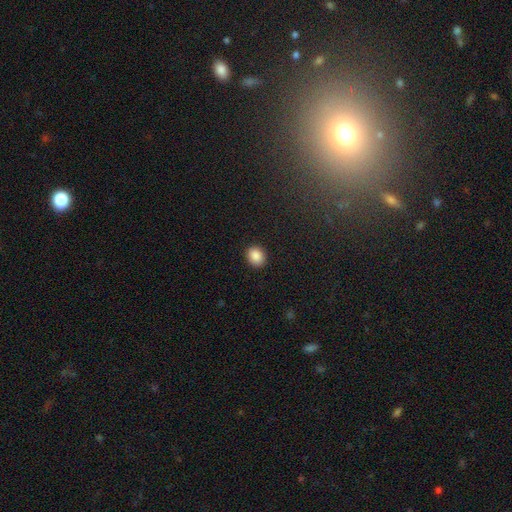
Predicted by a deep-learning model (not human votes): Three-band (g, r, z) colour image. It shows a smooth galaxy with no disk features (88%) that is round (64%). Merging: none (91%).